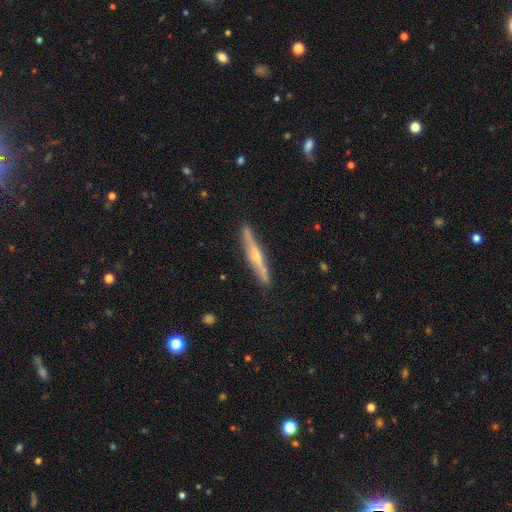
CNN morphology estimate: Overall: featured or disk (71%). Edge-on disk: yes (97%). Edge-on bulge: rounded (84%). Merging: none (89%).